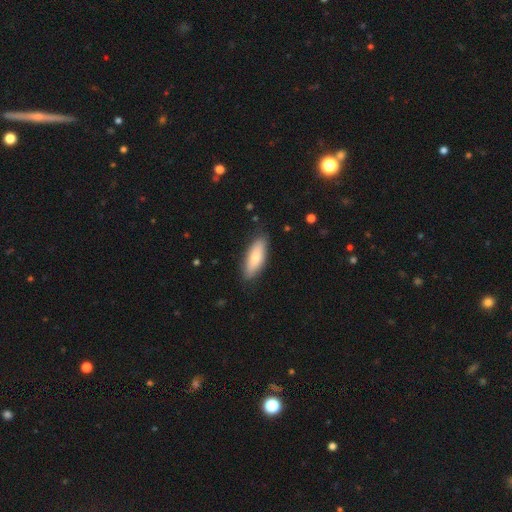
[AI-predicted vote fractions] Smooth or featured?
  - smooth: 77% *
  - featured or disk: 18%
  - star or artifact: 5%
How rounded?
  - in between: 64% *
  - cigar-shaped: 34%
  - round: 2%
Merging?
  - none: 84% *
  - minor disturbance: 12%
  - major disturbance: 2%
  - merger: 1%